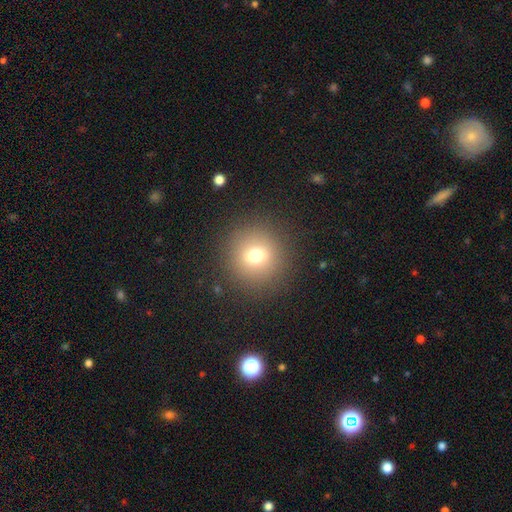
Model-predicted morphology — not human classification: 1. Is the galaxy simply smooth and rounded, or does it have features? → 72% smooth, 16% star or artifact, 12% featured or disk.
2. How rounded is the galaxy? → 94% round, 5% in between, 1% cigar-shaped.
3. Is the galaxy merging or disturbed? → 89% none, 6% minor disturbance, 4% major disturbance, 1% merger.